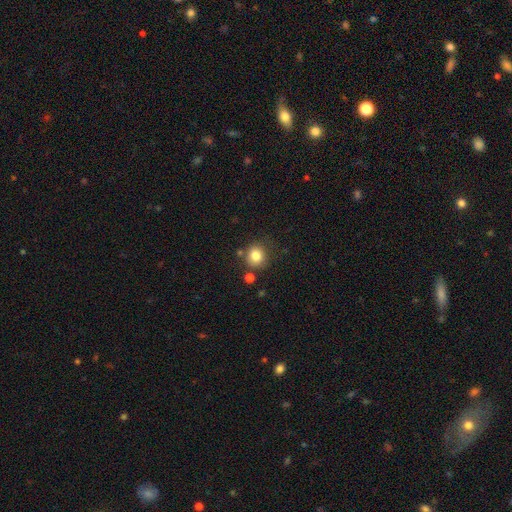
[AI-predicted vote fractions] This appears to be a smooth galaxy with no disk features (83%) that is round (86%). Merging: none (76%).